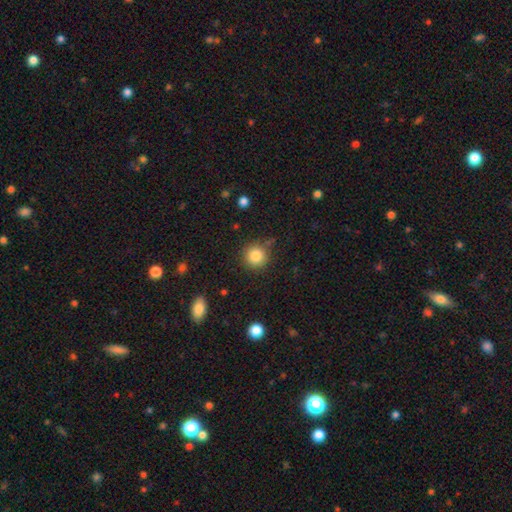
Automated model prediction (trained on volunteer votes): Smooth or featured? Predicted: smooth (p=0.84). How rounded? Predicted: round (p=0.93). Merging? Predicted: none (p=0.84).